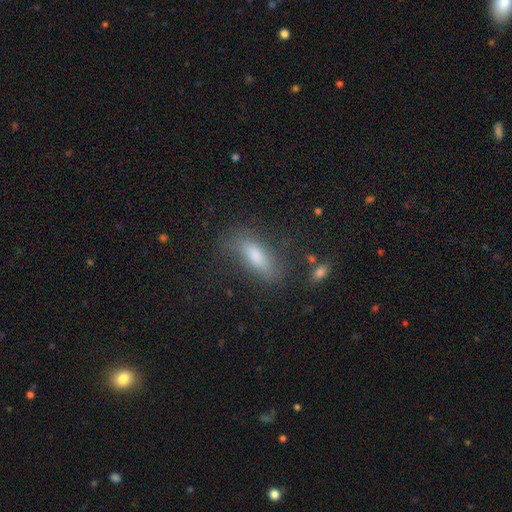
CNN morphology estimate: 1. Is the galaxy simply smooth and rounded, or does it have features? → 70% smooth, 21% featured or disk, 9% star or artifact.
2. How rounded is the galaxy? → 61% in between, 36% cigar-shaped, 3% round.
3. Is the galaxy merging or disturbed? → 70% none, 19% minor disturbance, 9% major disturbance, 3% merger.